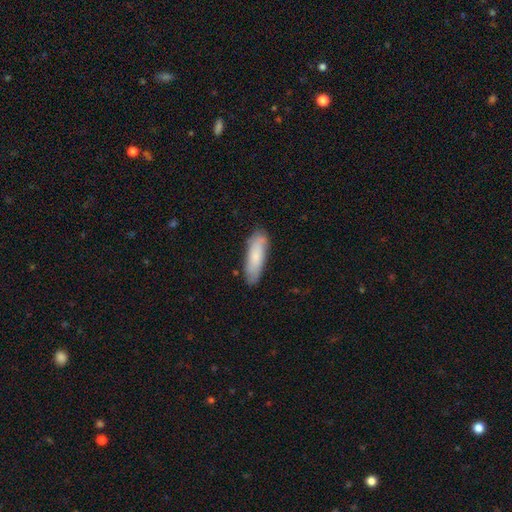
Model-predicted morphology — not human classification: smooth_or_featured: smooth (p=0.78) [alt: featured or disk p=0.17]
how_rounded: cigar-shaped (p=0.56) [alt: in between p=0.43]
merging: none (p=0.83) [alt: minor disturbance p=0.14]